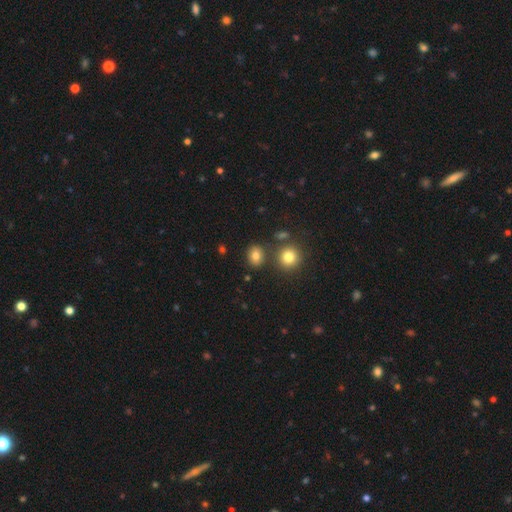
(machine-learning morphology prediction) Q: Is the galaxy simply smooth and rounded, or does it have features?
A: smooth — 80%.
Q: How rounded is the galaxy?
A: round — 55%.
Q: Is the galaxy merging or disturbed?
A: none — 80%.